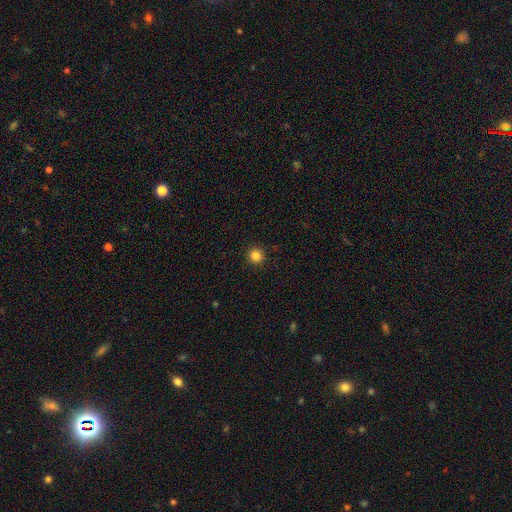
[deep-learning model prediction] smooth 84%, star or artifact 12%, featured or disk 4%. Down the decision tree: how rounded — round (95%); merging — none (93%).